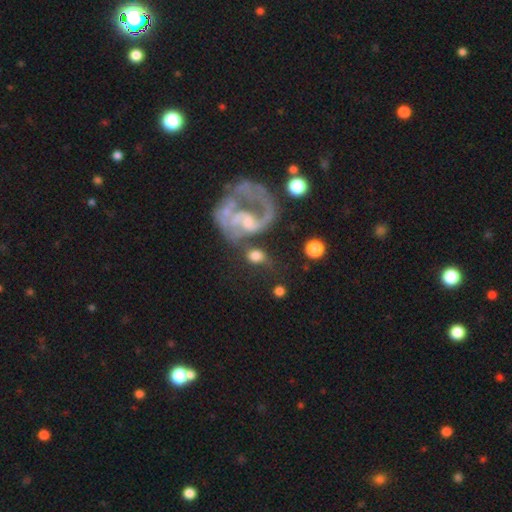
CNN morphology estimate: Q: Smooth or featured?
A: smooth (52%); runner-up: featured or disk (39%)
Q: How rounded?
A: round (52%); runner-up: in between (46%)
Q: Merging?
A: none (44%); runner-up: merger (24%)